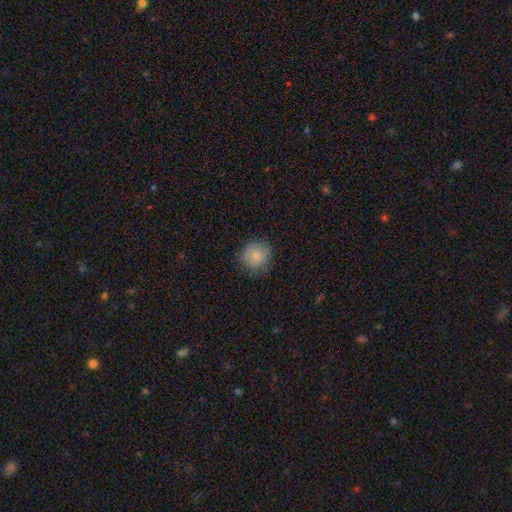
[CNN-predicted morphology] Smooth or featured?
  - smooth: 77% *
  - featured or disk: 15%
  - star or artifact: 8%
How rounded?
  - round: 89% *
  - in between: 10%
  - cigar-shaped: 1%
Merging?
  - none: 78% *
  - minor disturbance: 16%
  - major disturbance: 4%
  - merger: 1%